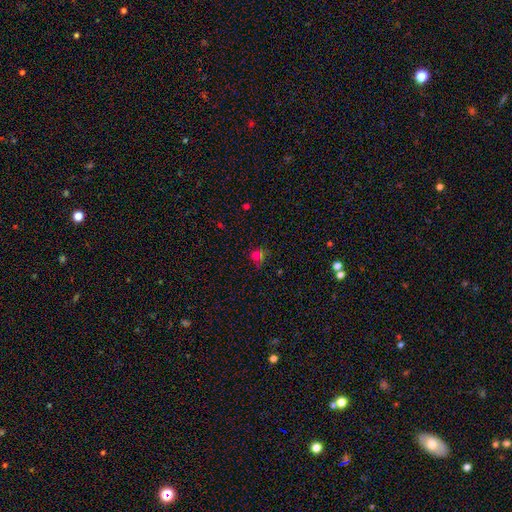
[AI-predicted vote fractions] A smooth galaxy with no disk features (55%) that is round (80%). Merging: none (57%).